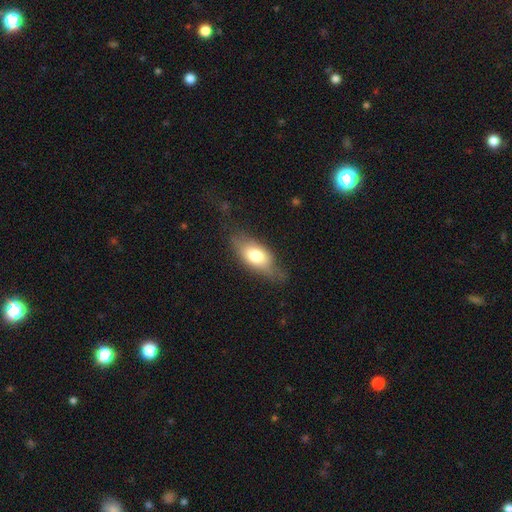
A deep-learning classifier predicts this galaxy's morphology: Smooth or featured: smooth — 66% (featured or disk — 26%)
How rounded: in between — 83% (cigar-shaped — 11%)
Merging: none — 59% (minor disturbance — 29%)